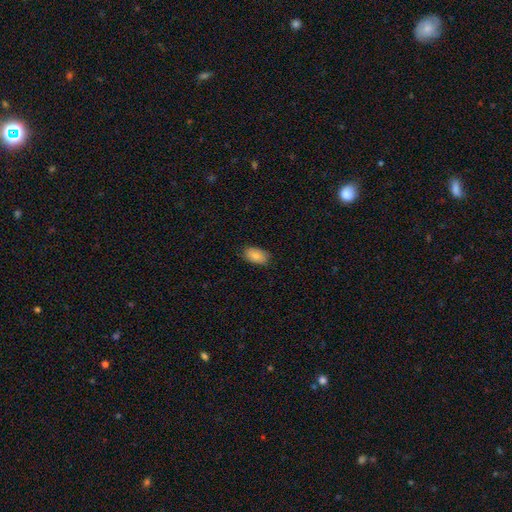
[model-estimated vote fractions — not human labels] smooth-or-featured: smooth: 83% | featured or disk: 11% | star or artifact: 7%
  how-rounded: in between: 93% | round: 5% | cigar-shaped: 2%
  merging: none: 83% | minor disturbance: 14% | major disturbance: 2% | merger: 1%